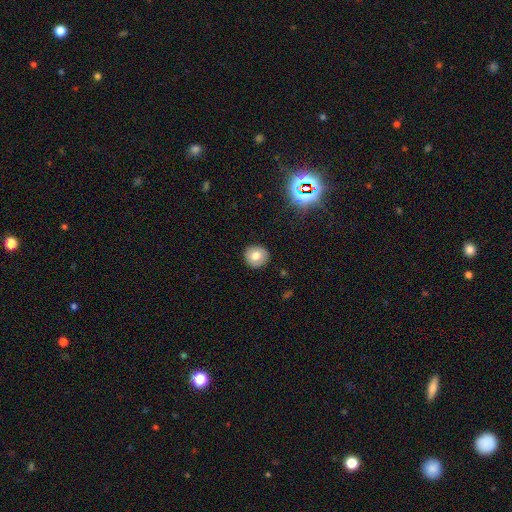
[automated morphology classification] Smooth or featured? smooth (72%)
How rounded? round (89%)
Merging? none (89%)